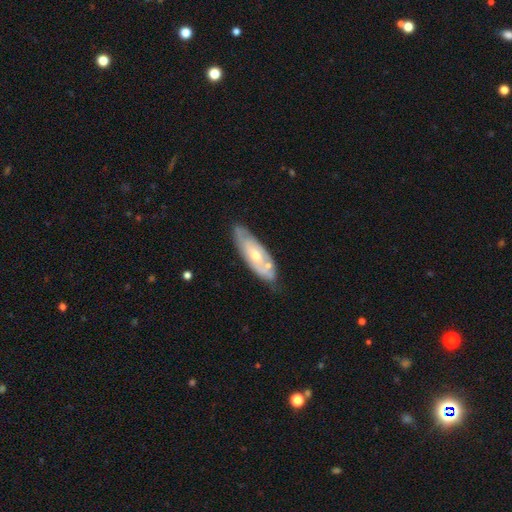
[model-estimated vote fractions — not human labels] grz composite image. It shows a featured or disk galaxy (65%) with no bar (74%), spiral arms (60%) and a moderate central bulge (61%). Merging: none (68%).